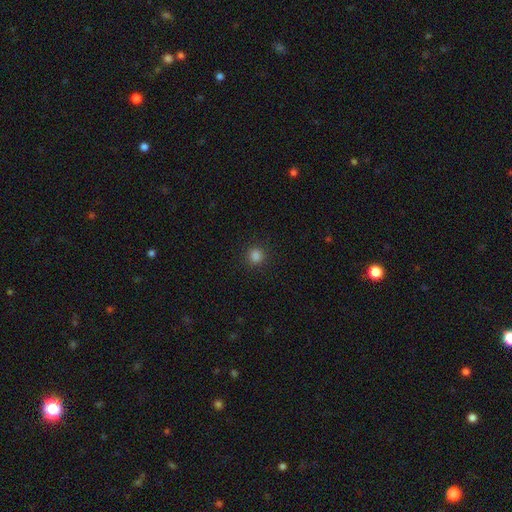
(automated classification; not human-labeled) This appears to be a smooth galaxy with no disk features (84%) that is round (90%). Merging: none (91%).